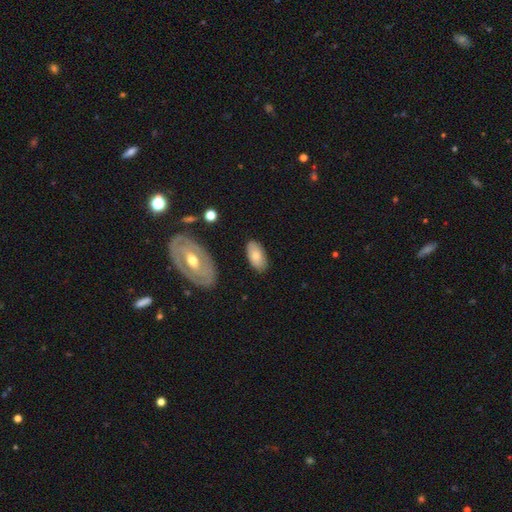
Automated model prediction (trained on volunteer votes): The model was most divided on "smooth or featured": smooth: 74%, featured or disk: 19%, star or artifact: 7%. More confident: how rounded — in between (93%); merging — none (82%).